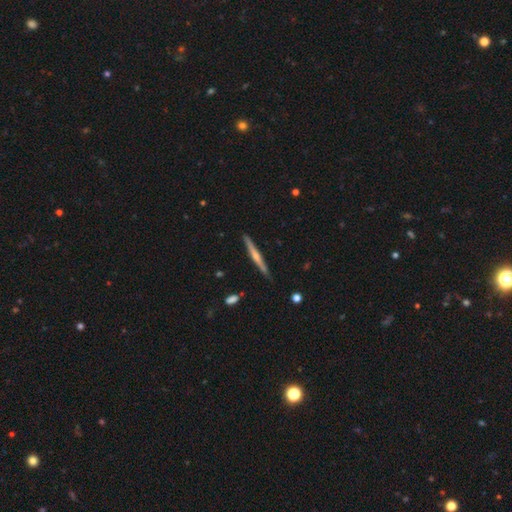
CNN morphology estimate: Smooth or featured? featured or disk (67%)
Edge-on disk? yes (98%)
Edge-on bulge? rounded (73%)
Merging? none (89%)